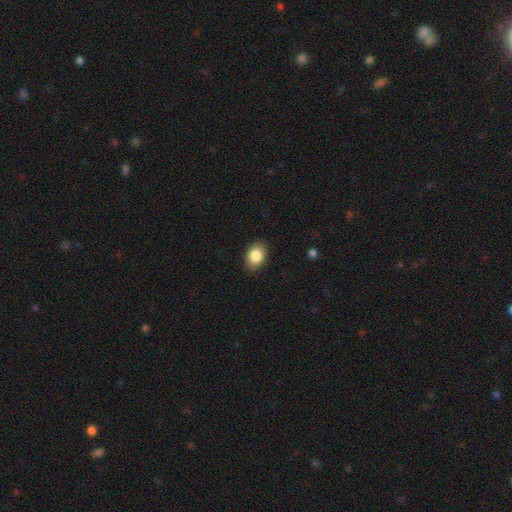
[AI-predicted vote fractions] smooth-or-featured: smooth: 85% | star or artifact: 8% | featured or disk: 7%
  how-rounded: in between: 82% | round: 17% | cigar-shaped: 1%
  merging: none: 87% | minor disturbance: 10% | major disturbance: 2% | merger: 1%